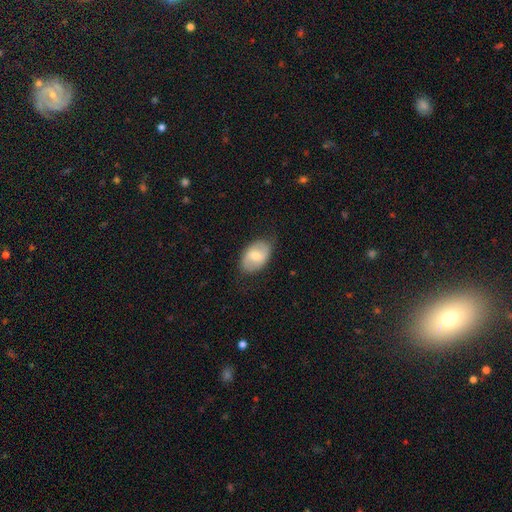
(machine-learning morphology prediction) This is possibly a smooth galaxy (58%). How rounded: clearly in between (88%). Merging: likely none (78%).